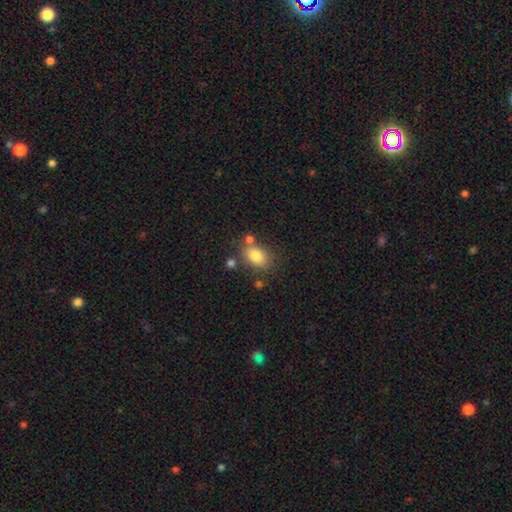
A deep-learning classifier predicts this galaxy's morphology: smooth_or_featured: smooth (p=0.82) [alt: star or artifact p=0.09]
how_rounded: in between (p=0.78) [alt: round p=0.21]
merging: none (p=0.68) [alt: minor disturbance p=0.15]